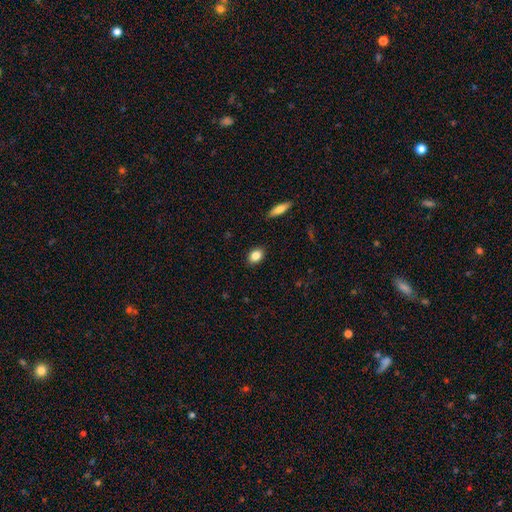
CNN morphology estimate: Smooth or featured? Predicted: smooth (p=0.84). How rounded? Predicted: in between (p=0.71). Merging? Predicted: none (p=0.88).